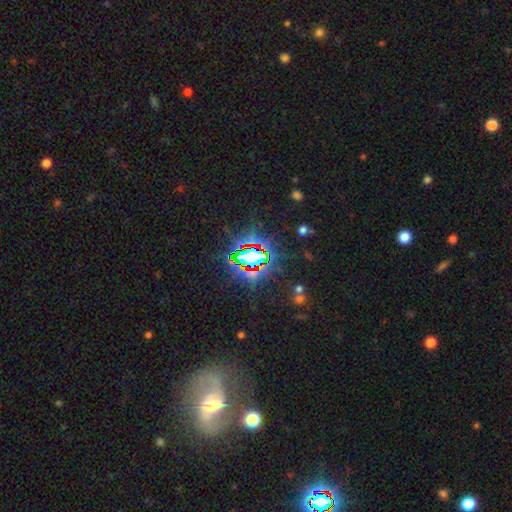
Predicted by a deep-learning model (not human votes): star or artifact 76%, smooth 14%, featured or disk 10%.